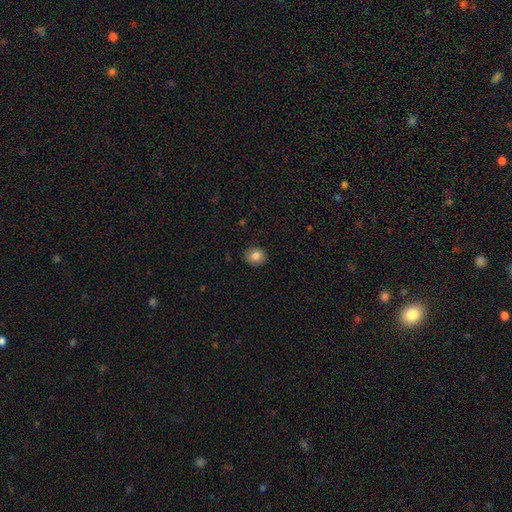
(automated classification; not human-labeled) The model was most divided on "how rounded": round: 75%, in between: 25%, cigar-shaped: 1%. More confident: merging — none (89%); smooth or featured — smooth (84%).